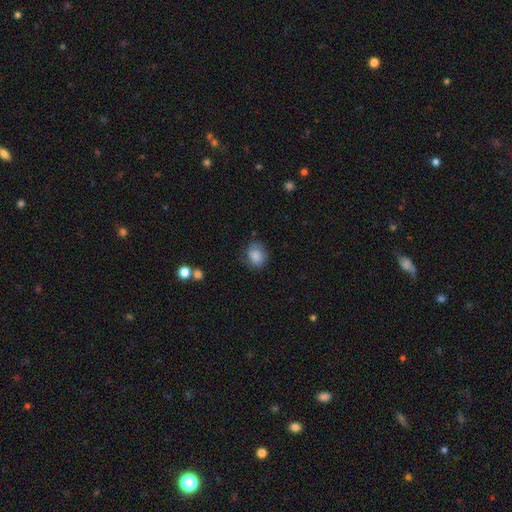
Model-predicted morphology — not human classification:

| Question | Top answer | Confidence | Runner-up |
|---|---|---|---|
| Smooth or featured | smooth | 84% | featured or disk (8%) |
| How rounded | round | 56% | in between (43%) |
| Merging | none | 68% | minor disturbance (23%) |